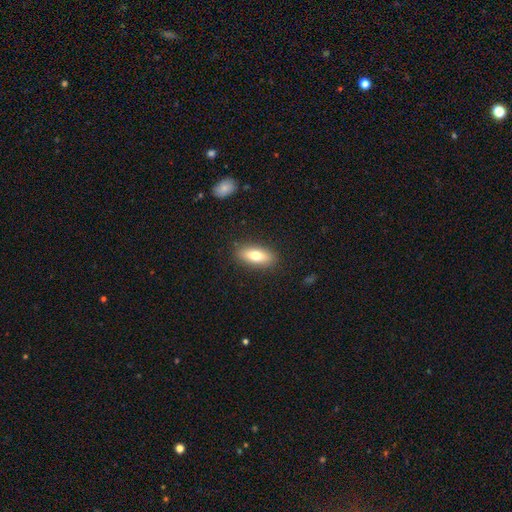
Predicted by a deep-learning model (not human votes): This appears to be a smooth galaxy with no disk features (73%) that is in between round and cigar-shaped (75%). Merging: none (88%).